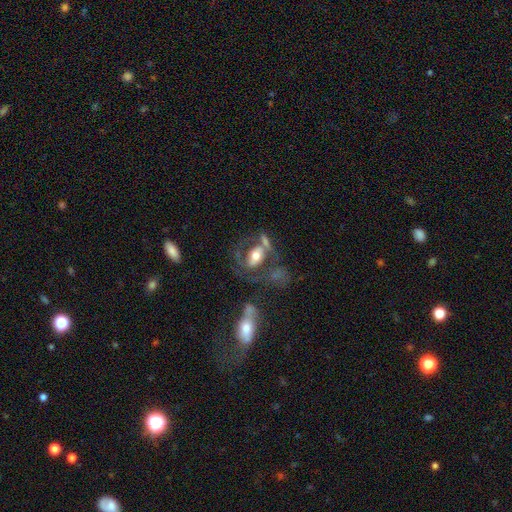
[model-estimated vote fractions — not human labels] Smooth or featured: featured or disk — 58% (smooth — 34%)
Edge-on disk: no — 92% (yes — 8%)
Bar: no — 54% (weak — 27%)
Spiral arms: yes — 55% (no — 45%)
Bulge size: moderate — 63% (large — 21%)
Merging: none — 37% (merger — 25%)